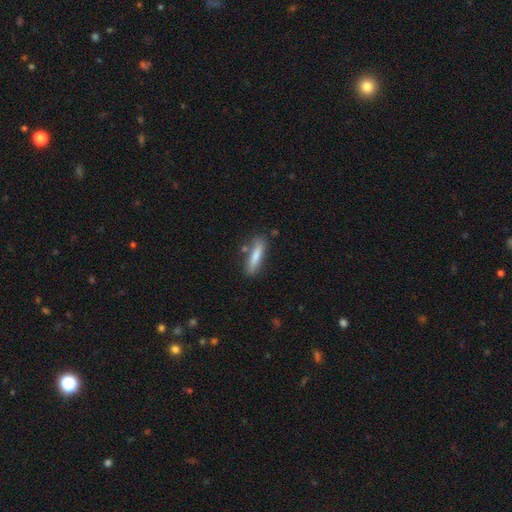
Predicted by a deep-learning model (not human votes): Q: Smooth or featured?
A: smooth (78%); runner-up: featured or disk (16%)
Q: How rounded?
A: cigar-shaped (79%); runner-up: in between (19%)
Q: Merging?
A: none (77%); runner-up: minor disturbance (14%)